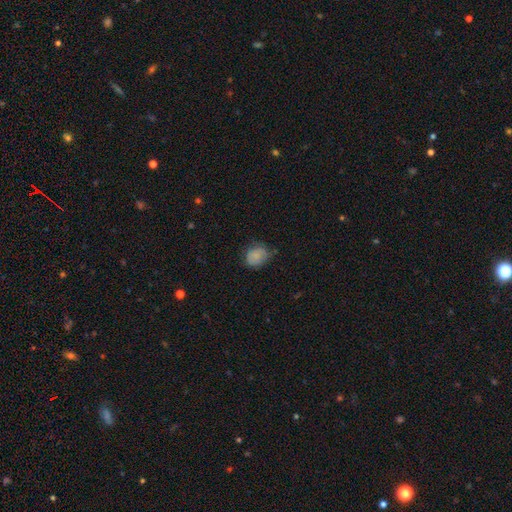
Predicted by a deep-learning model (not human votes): A smooth galaxy with no disk features (78%) that is round (56%). Merging: none (62%).